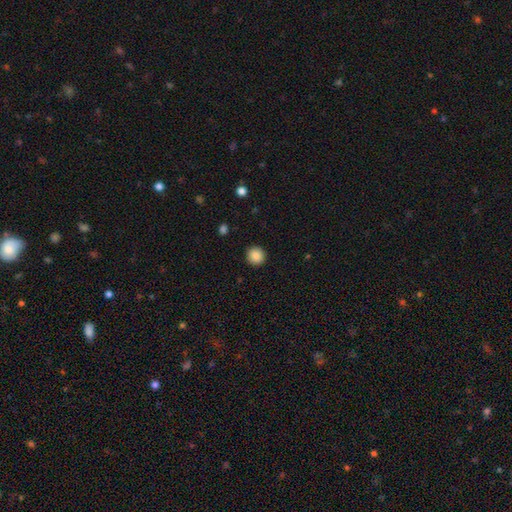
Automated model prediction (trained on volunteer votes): This is clearly a smooth galaxy (88%). How rounded: clearly round (93%). Merging: clearly none (92%).